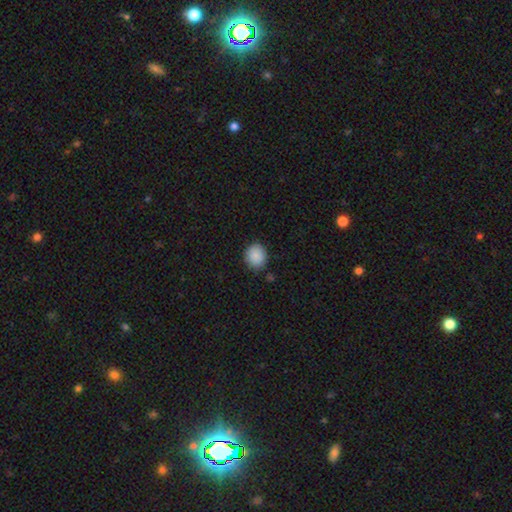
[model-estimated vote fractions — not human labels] Smooth or featured? smooth (89%)
How rounded? round (82%)
Merging? none (86%)